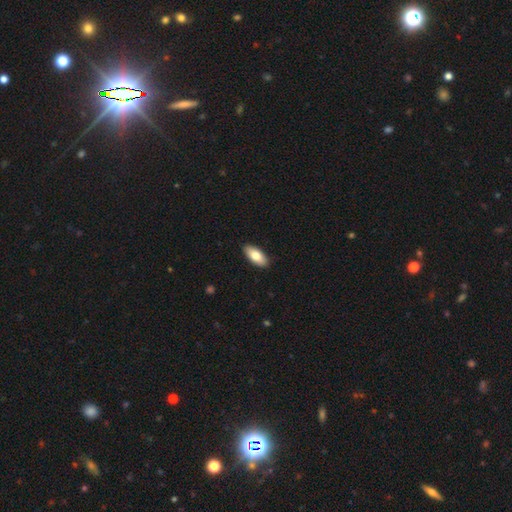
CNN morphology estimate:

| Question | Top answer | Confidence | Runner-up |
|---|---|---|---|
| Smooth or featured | smooth | 80% | featured or disk (14%) |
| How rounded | in between | 88% | cigar-shaped (10%) |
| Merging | none | 90% | minor disturbance (8%) |